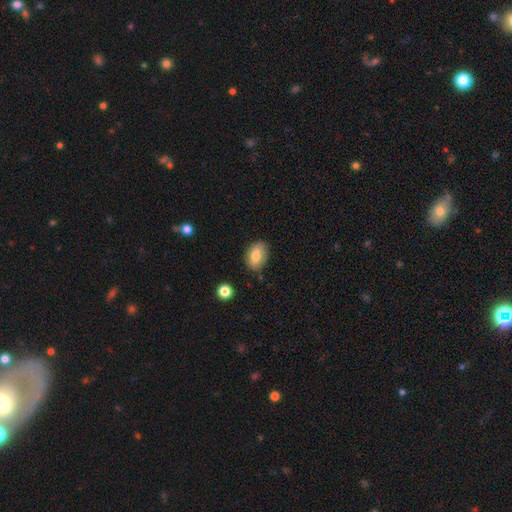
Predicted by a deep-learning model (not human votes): smooth_or_featured: smooth (p=0.78) [alt: featured or disk p=0.14]
how_rounded: in between (p=0.87) [alt: round p=0.11]
merging: none (p=0.77) [alt: minor disturbance p=0.18]